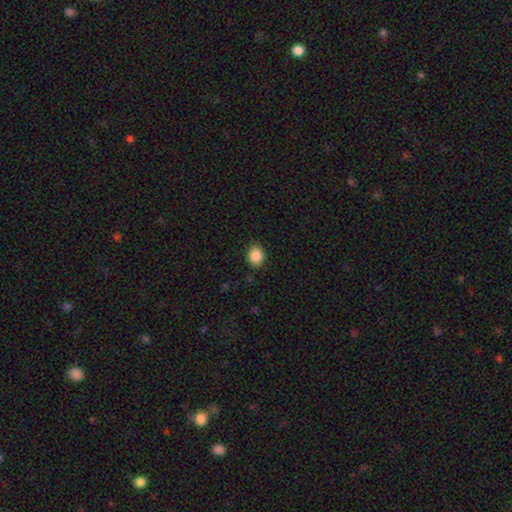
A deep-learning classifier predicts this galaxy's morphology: A smooth galaxy with no disk features (88%) that is round (51%). Merging: none (85%).